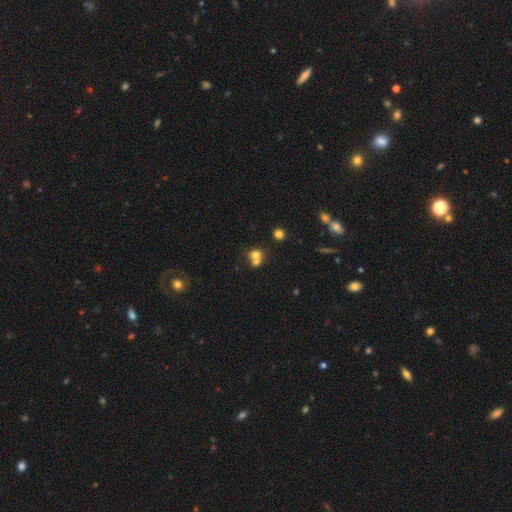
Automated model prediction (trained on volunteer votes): Smooth or featured: smooth — 69% (featured or disk — 16%)
How rounded: round — 79% (in between — 20%)
Merging: merger — 55% (none — 36%)